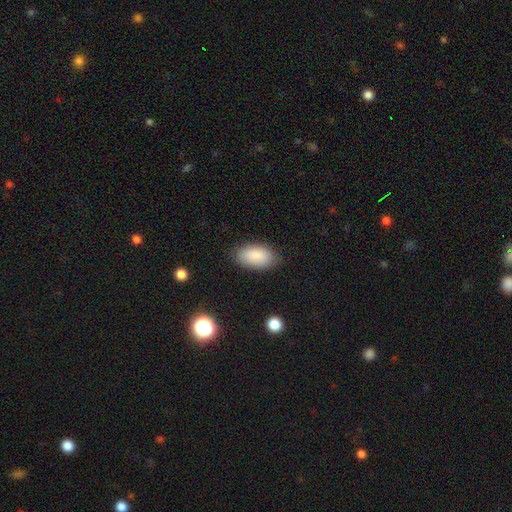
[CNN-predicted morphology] Smooth or featured? Predicted: smooth (p=0.88). How rounded? Predicted: in between (p=0.95). Merging? Predicted: none (p=0.84).